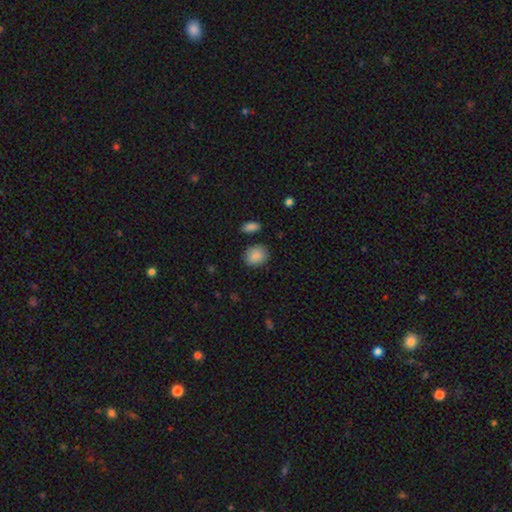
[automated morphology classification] Smooth or featured?
  - smooth: 87% *
  - star or artifact: 7%
  - featured or disk: 5%
How rounded?
  - round: 56% *
  - in between: 43%
  - cigar-shaped: 1%
Merging?
  - none: 81% *
  - minor disturbance: 12%
  - merger: 4%
  - major disturbance: 3%